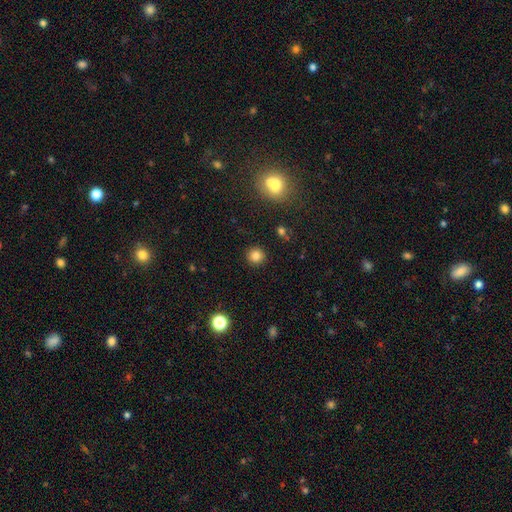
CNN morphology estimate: smooth_or_featured: smooth (p=0.83) [alt: star or artifact p=0.12]
how_rounded: round (p=0.93) [alt: in between p=0.06]
merging: none (p=0.91) [alt: minor disturbance p=0.05]